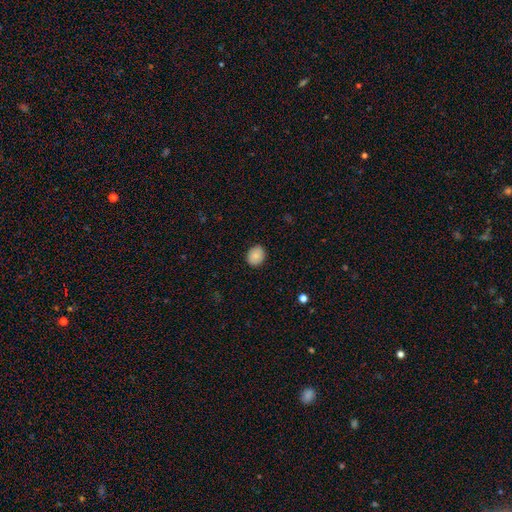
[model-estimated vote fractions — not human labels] Morphology: type=smooth (86%); roundness=round (60%); merging=none (88%).